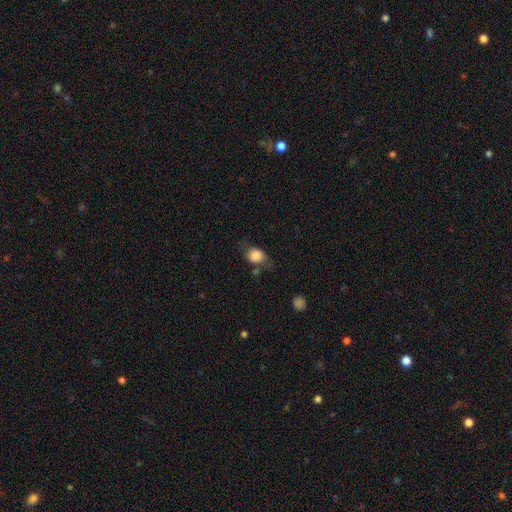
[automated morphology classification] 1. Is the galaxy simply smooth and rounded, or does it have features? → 83% smooth, 9% featured or disk, 9% star or artifact.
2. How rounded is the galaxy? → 55% in between, 43% round, 2% cigar-shaped.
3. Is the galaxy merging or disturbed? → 59% none, 26% minor disturbance, 10% major disturbance, 5% merger.